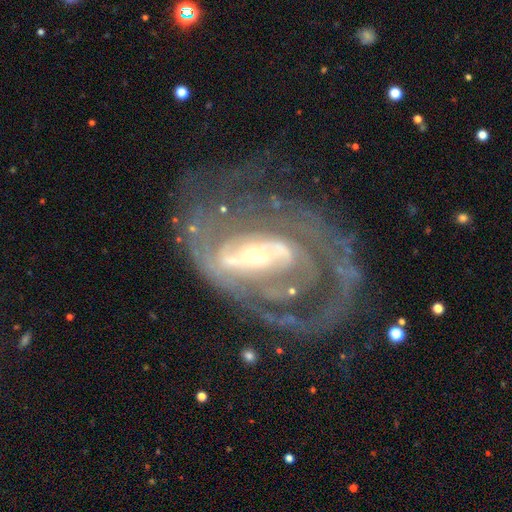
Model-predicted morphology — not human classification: A featured or disk galaxy (87%) with a strong bar (42%), 2 (47%) medium (41%, tied with tight) spiral arms (88%) and a small central bulge (69%). Merging: none (49%).